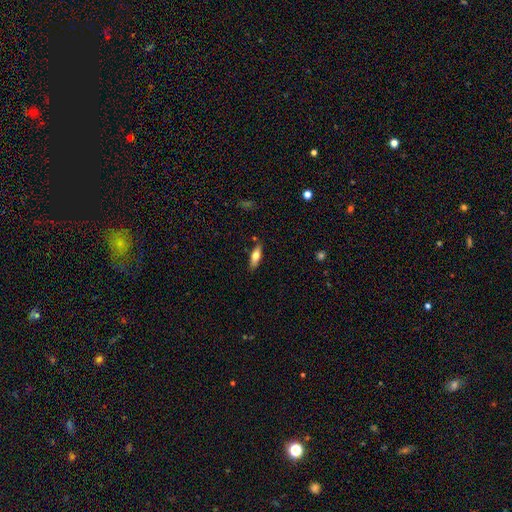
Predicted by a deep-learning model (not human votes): smooth 69%, featured or disk 25%, star or artifact 6%. Down the decision tree: how rounded — in between (64%); merging — none (83%).